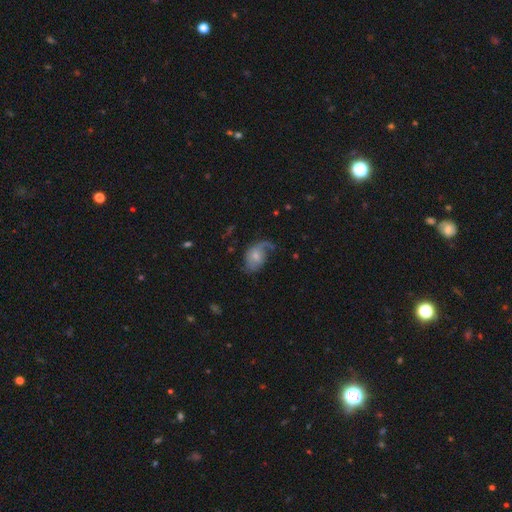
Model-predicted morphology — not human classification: This appears to be a featured or disk galaxy (53%) with no bar (61%), spiral arms (79%) and a moderate central bulge (45%). Merging: none (38%).